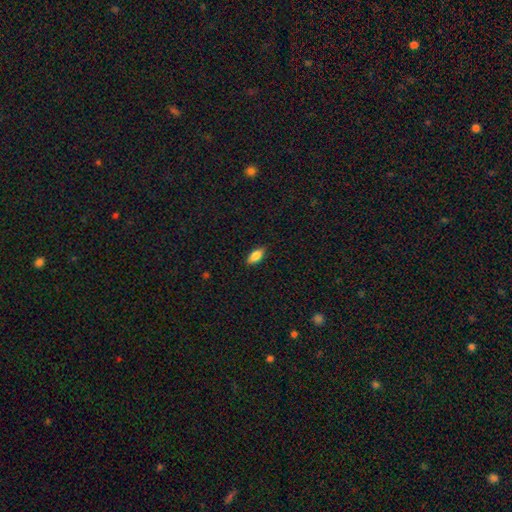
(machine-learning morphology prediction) type=smooth (83%); roundness=in between (86%); merging=none (87%).